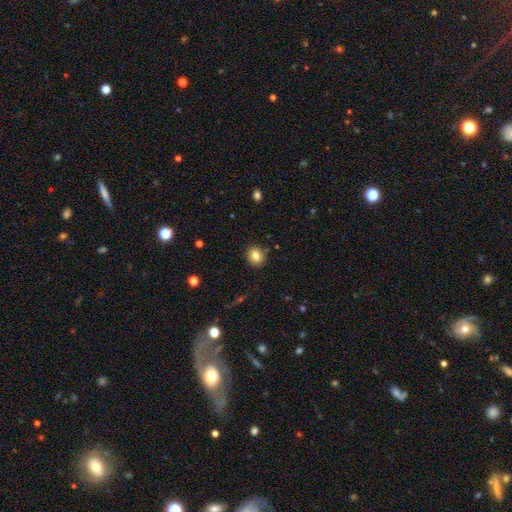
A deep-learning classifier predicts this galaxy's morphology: The model was most divided on "how rounded": round: 72%, in between: 27%, cigar-shaped: 1%. More confident: merging — none (88%); smooth or featured — smooth (81%).